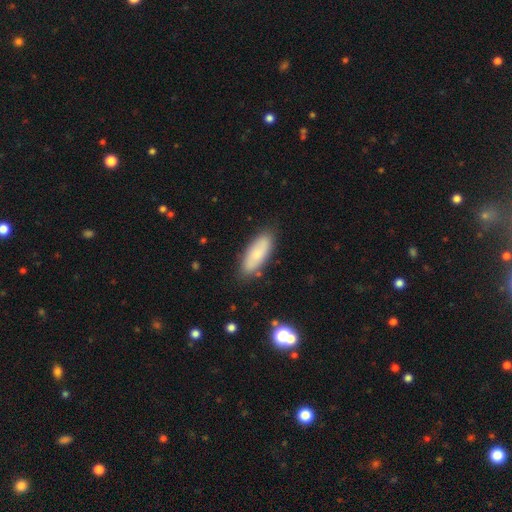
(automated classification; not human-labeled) Smooth or featured? smooth (73%)
How rounded? in between (72%)
Merging? none (82%)